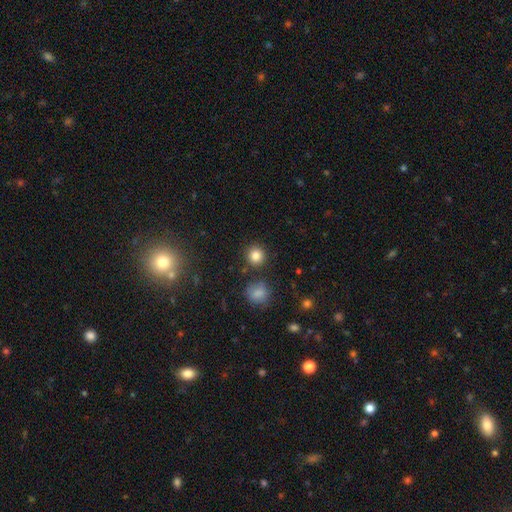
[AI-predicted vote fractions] smooth 84%, star or artifact 11%, featured or disk 5%. Down the decision tree: how rounded — round (92%); merging — none (86%).